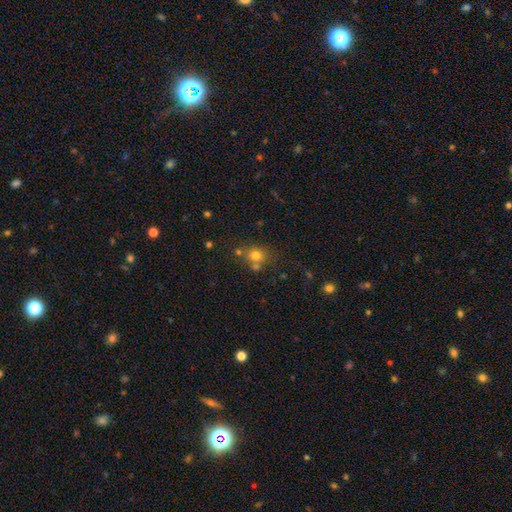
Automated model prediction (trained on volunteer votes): Overall: smooth (72%). How rounded: round (76%). Merging: none (61%; merger 22%).